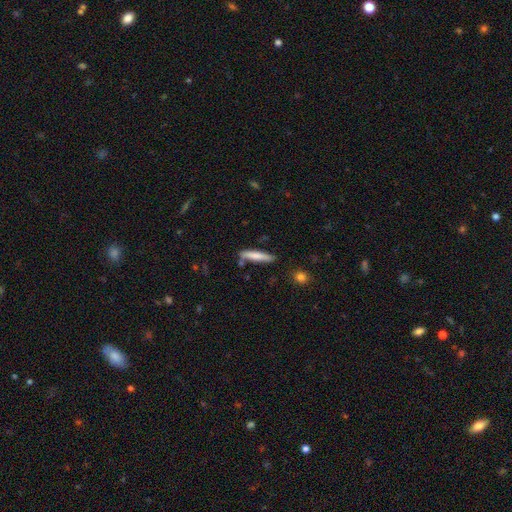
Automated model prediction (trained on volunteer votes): smooth_or_featured: smooth (p=0.73) [alt: featured or disk p=0.22]
how_rounded: cigar-shaped (p=0.89) [alt: in between p=0.09]
merging: none (p=0.78) [alt: minor disturbance p=0.14]